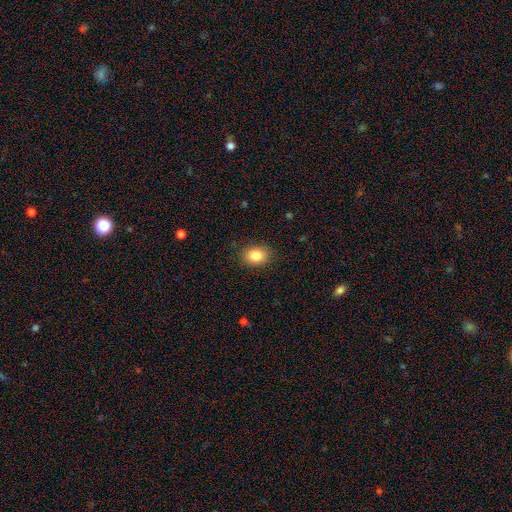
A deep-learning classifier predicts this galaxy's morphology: Overall: smooth (85%). How rounded: in between (62%; round 37%). Merging: none (86%).